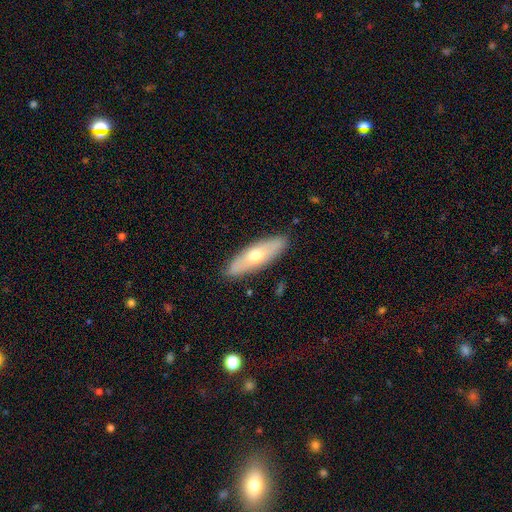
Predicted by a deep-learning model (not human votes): Morphology: type=smooth (55%); roundness=in between (57%); merging=none (87%).